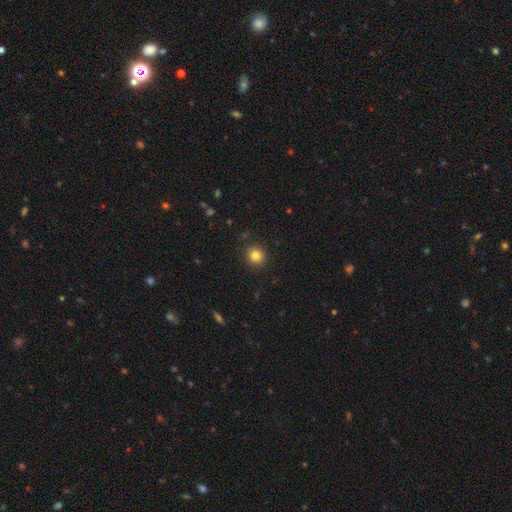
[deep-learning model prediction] The model was most divided on "smooth or featured": smooth: 82%, star or artifact: 12%, featured or disk: 7%. More confident: merging — none (90%); how rounded — round (85%).